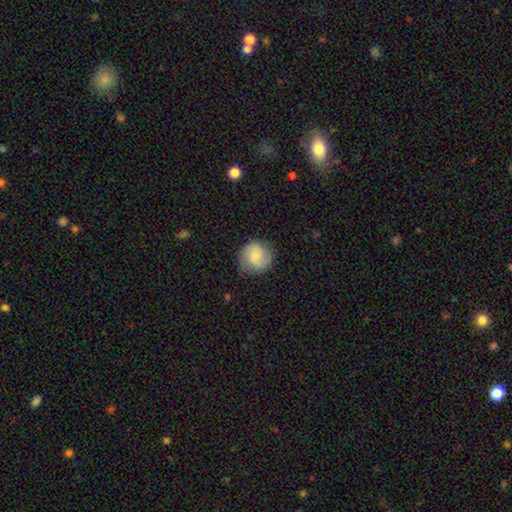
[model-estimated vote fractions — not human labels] Morphology: type=featured or disk (54%); edge-on=no (98%); bar=no (52%); spiral arms=yes (92%); bulge=small (47%); merging=none (77%).